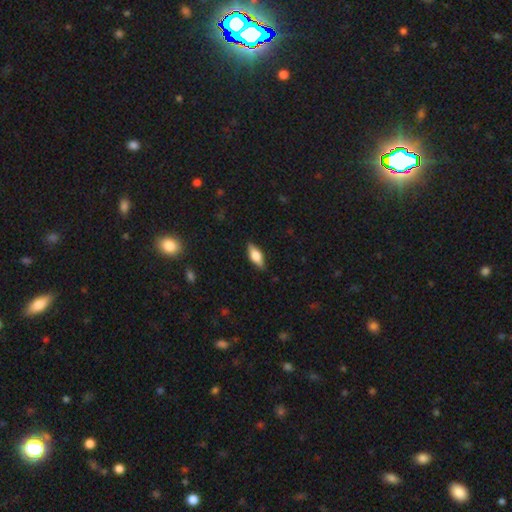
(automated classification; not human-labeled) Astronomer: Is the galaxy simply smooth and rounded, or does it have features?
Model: smooth — 58% (runner-up: featured or disk, 35%).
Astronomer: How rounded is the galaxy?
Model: in between — 73%.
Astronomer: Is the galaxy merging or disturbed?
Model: none — 86%.